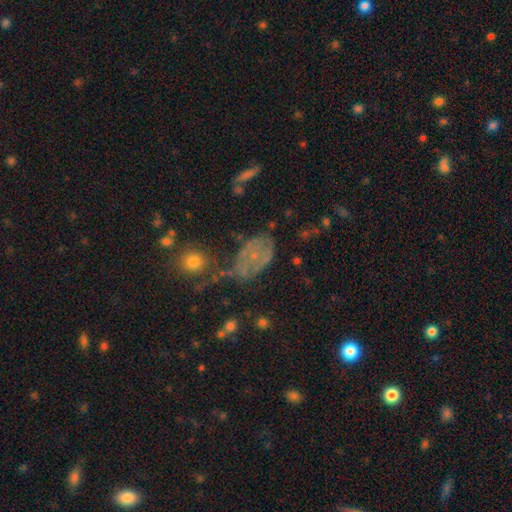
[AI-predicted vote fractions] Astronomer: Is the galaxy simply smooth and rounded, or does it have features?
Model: smooth — 41% (runner-up: featured or disk, 36%).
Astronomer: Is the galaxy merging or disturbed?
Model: none — 40% (runner-up: minor disturbance, 27%).